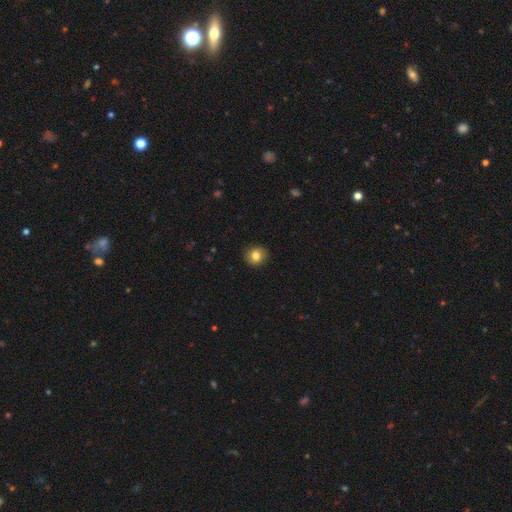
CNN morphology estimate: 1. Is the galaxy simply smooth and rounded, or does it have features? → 83% smooth, 10% star or artifact, 8% featured or disk.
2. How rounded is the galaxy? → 86% round, 13% in between, 1% cigar-shaped.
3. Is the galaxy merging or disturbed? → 90% none, 7% minor disturbance, 2% major disturbance, 1% merger.